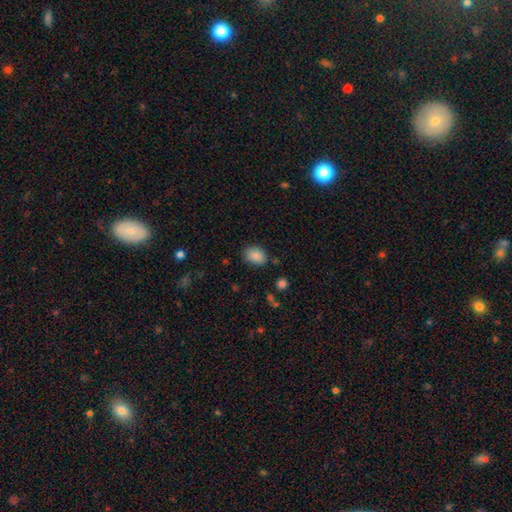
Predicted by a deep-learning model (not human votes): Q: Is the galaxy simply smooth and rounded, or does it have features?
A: smooth — 87%.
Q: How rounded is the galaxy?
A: in between — 68%.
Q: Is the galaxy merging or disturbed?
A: none — 81%.